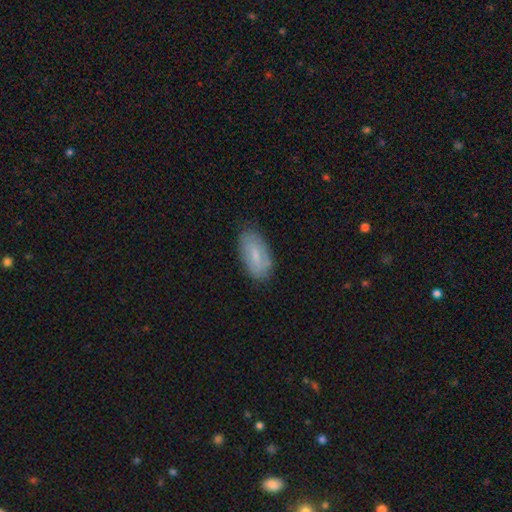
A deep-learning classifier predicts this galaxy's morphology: The model was most divided on "smooth or featured": smooth: 63%, featured or disk: 30%, star or artifact: 7%. More confident: how rounded — in between (91%); merging — none (80%).